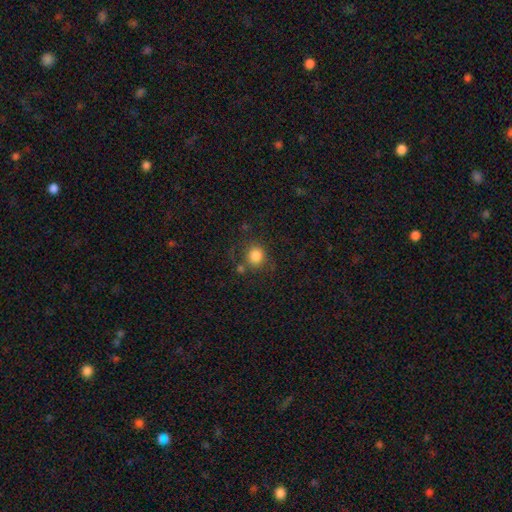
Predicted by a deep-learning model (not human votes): smooth-or-featured: smooth: 83% | star or artifact: 10% | featured or disk: 6%
  how-rounded: round: 82% | in between: 17% | cigar-shaped: 1%
  merging: none: 71% | minor disturbance: 14% | merger: 9% | major disturbance: 7%